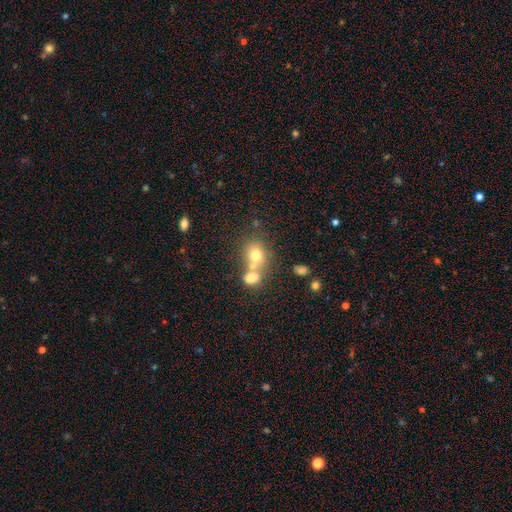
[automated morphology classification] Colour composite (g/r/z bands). It shows a smooth galaxy with no disk features (69%) that is round (66%). Merging: merger (51%).